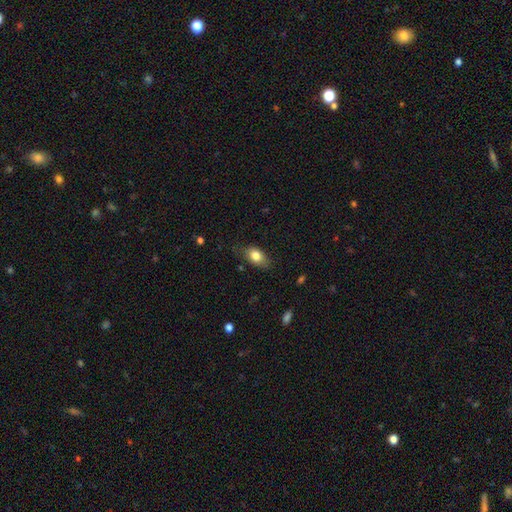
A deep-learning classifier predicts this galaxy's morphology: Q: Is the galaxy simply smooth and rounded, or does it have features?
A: smooth — 81%.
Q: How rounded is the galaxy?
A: in between — 84%.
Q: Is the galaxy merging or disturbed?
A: none — 72%.